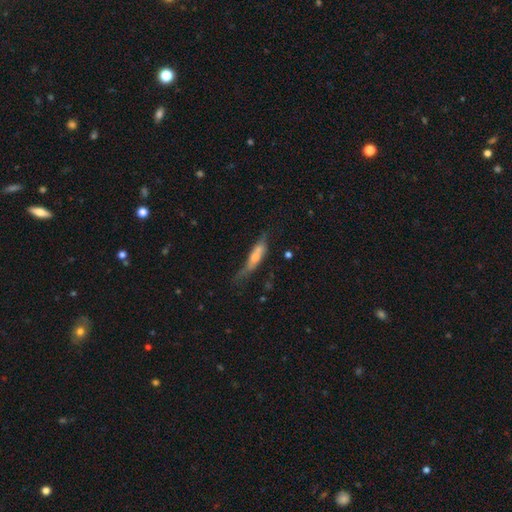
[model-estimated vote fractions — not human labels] Smooth or featured? Predicted: smooth (p=0.58). How rounded? Predicted: cigar-shaped (p=0.66). Merging? Predicted: none (p=0.39).